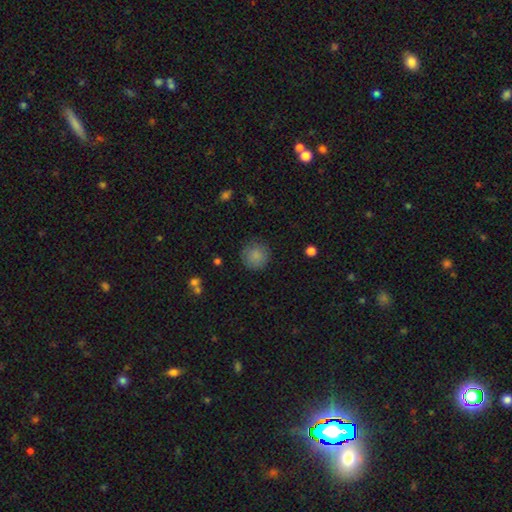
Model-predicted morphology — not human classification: smooth 85%, star or artifact 8%, featured or disk 6%. Down the decision tree: how rounded — round (94%); merging — none (86%).